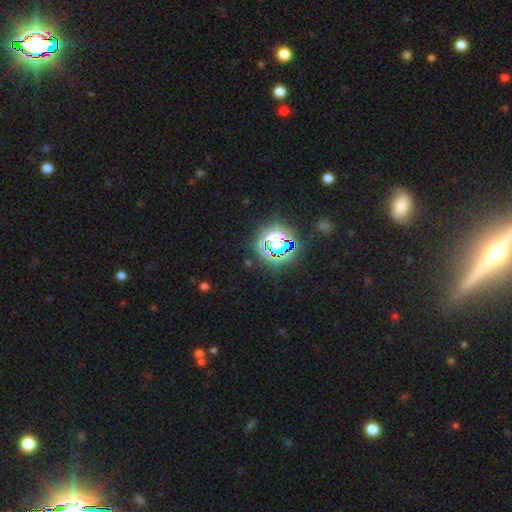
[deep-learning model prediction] A star or artifact, not a galaxy (80%).

Vote fractions:
- Smooth or featured? star or artifact: 80% / smooth: 12% / featured or disk: 8%